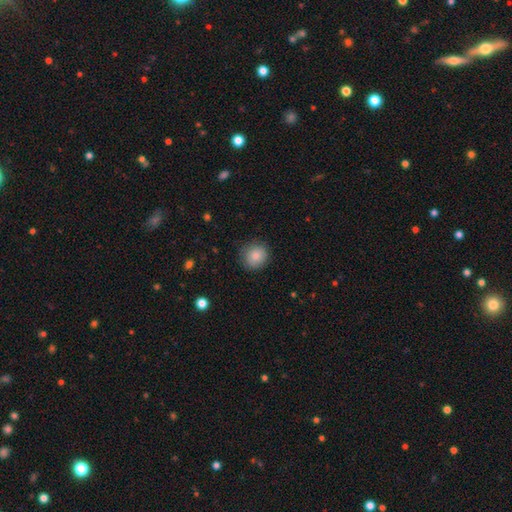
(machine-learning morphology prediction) smooth-or-featured: smooth: 85% | star or artifact: 8% | featured or disk: 7%
  how-rounded: round: 86% | in between: 13% | cigar-shaped: 1%
  merging: none: 84% | minor disturbance: 12% | major disturbance: 3% | merger: 1%